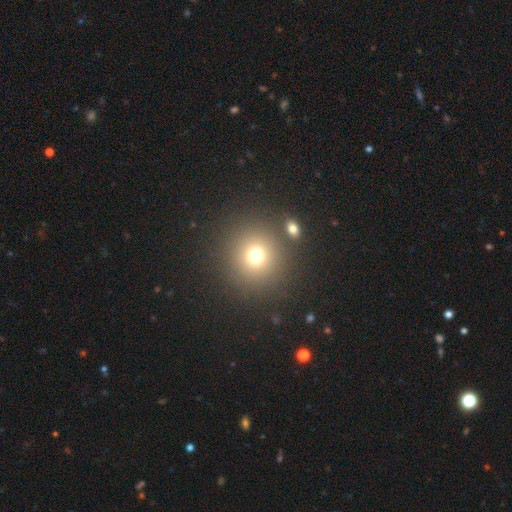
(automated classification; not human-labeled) Smooth or featured? Predicted: smooth (p=0.72). How rounded? Predicted: round (p=0.93). Merging? Predicted: none (p=0.82).